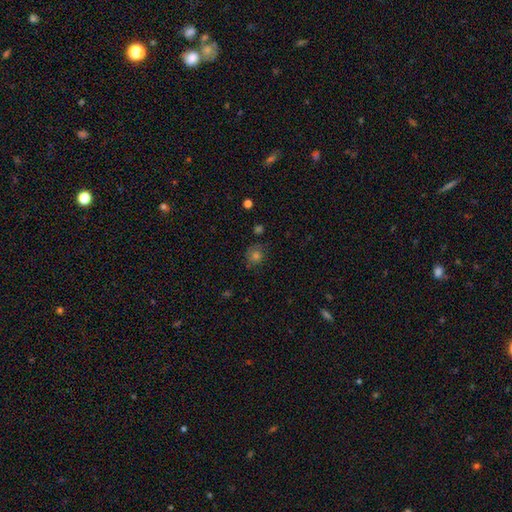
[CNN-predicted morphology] A smooth galaxy with no disk features (59%) that is round (81%). Merging: none (74%).